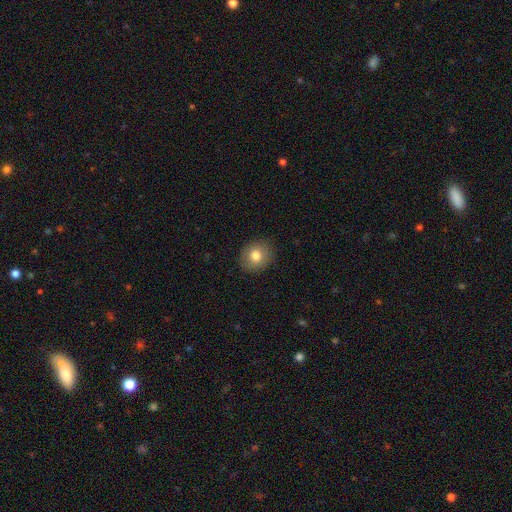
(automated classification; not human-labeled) smooth_or_featured: smooth (p=0.80) [alt: featured or disk p=0.11]
how_rounded: round (p=0.76) [alt: in between p=0.23]
merging: none (p=0.89) [alt: minor disturbance p=0.08]